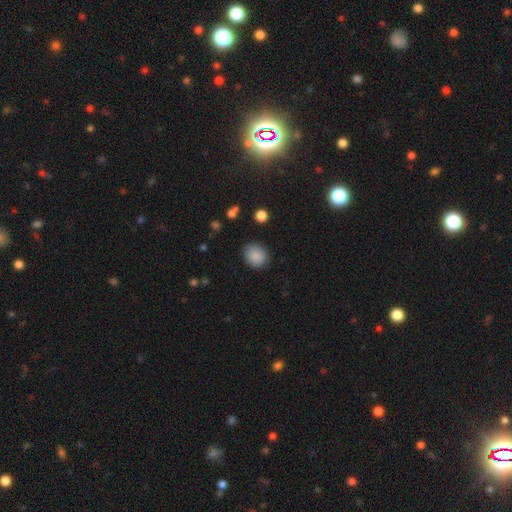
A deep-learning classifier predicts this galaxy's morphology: Q: Smooth or featured?
A: smooth (88%); runner-up: star or artifact (9%)
Q: How rounded?
A: round (66%); runner-up: in between (33%)
Q: Merging?
A: none (86%); runner-up: minor disturbance (10%)